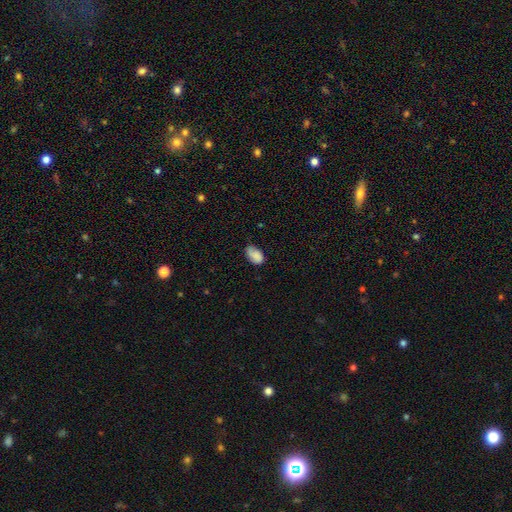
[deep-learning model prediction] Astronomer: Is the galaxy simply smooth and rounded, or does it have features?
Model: smooth — 82%.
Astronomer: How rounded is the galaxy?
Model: in between — 89%.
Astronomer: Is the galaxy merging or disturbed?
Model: none — 59%.